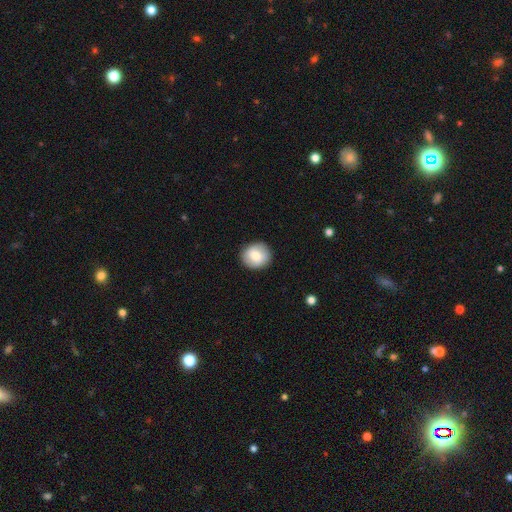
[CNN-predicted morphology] This appears to be a smooth galaxy with no disk features (76%) that is round (85%). Merging: none (90%).